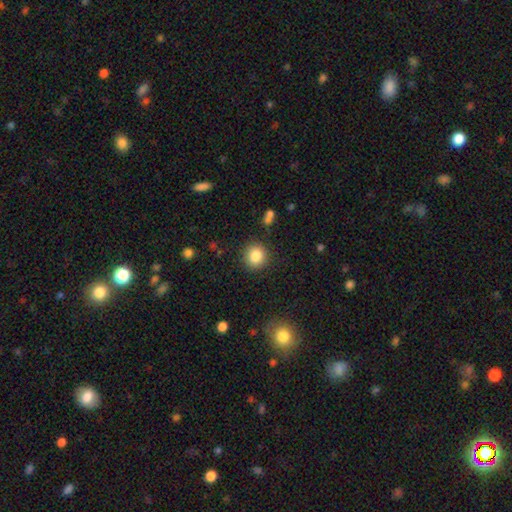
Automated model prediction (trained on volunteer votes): smooth_or_featured: smooth (p=0.85) [alt: star or artifact p=0.10]
how_rounded: round (p=0.86) [alt: in between p=0.13]
merging: none (p=0.87) [alt: minor disturbance p=0.08]